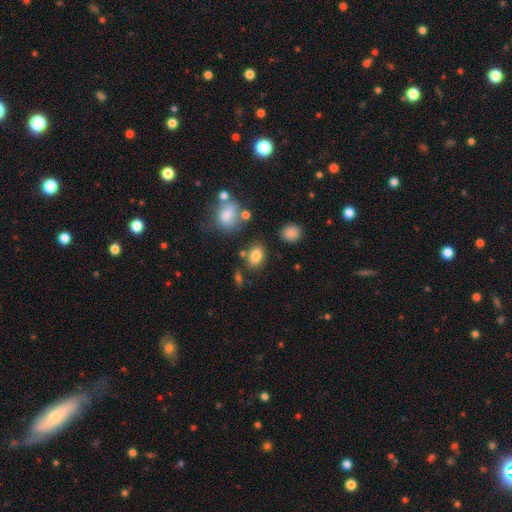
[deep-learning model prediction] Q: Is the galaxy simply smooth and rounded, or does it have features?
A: smooth — 82%.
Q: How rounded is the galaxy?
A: in between — 82%.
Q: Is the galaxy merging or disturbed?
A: none — 75%.